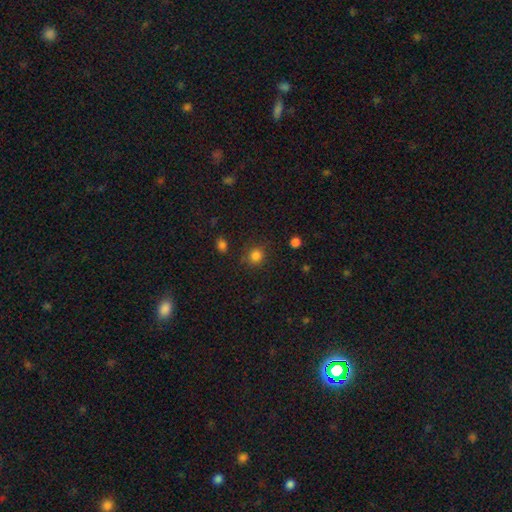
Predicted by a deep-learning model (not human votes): Morphology: type=smooth (83%); roundness=round (80%); merging=none (81%).